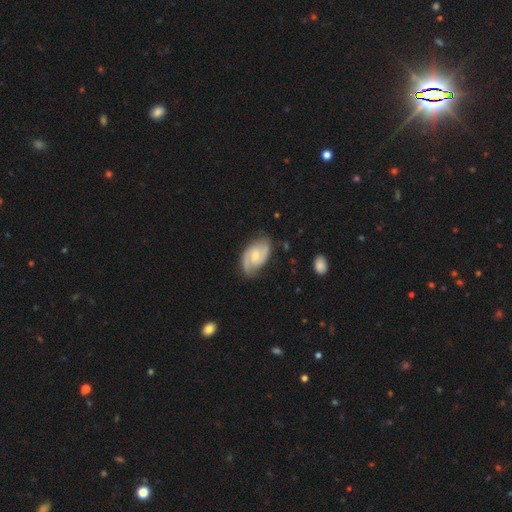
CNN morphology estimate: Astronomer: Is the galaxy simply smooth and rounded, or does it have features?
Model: featured or disk — 79%.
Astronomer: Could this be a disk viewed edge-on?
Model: no — 97%.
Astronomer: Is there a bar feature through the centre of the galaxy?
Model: no — 46%, tied with weak at 46%.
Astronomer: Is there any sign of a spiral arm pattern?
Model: yes — 94%.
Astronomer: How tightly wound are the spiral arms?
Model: medium — 50% (runner-up: tight, 33%).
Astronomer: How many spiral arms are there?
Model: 2 — 86%.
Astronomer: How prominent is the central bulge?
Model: moderate — 49% (runner-up: small, 46%).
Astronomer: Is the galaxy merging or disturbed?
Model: none — 76%.